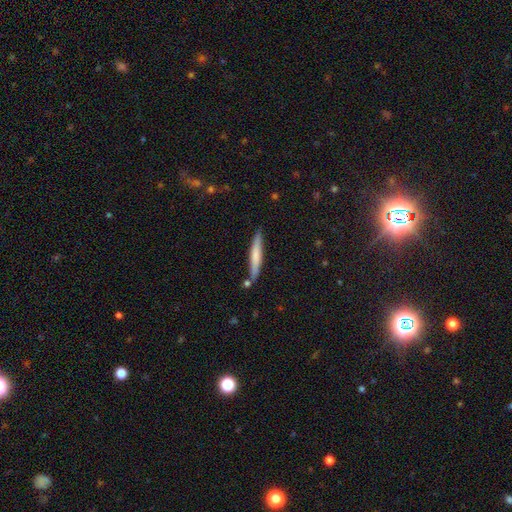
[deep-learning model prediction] This is likely a smooth galaxy (62%). How rounded: clearly cigar-shaped (94%). Merging: clearly none (81%).